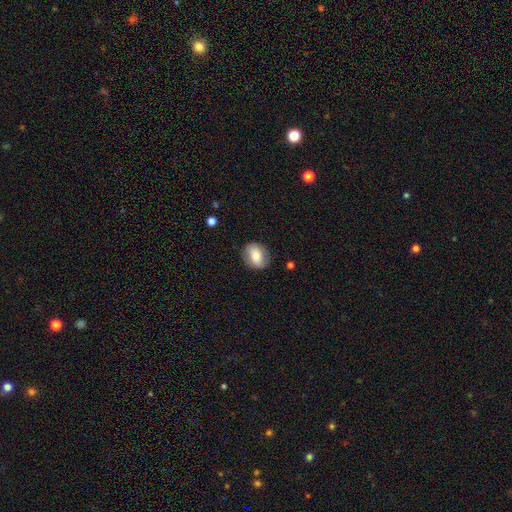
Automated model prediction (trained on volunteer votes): Smooth or featured? Predicted: smooth (p=0.66). How rounded? Predicted: in between (p=0.59). Merging? Predicted: none (p=0.81).